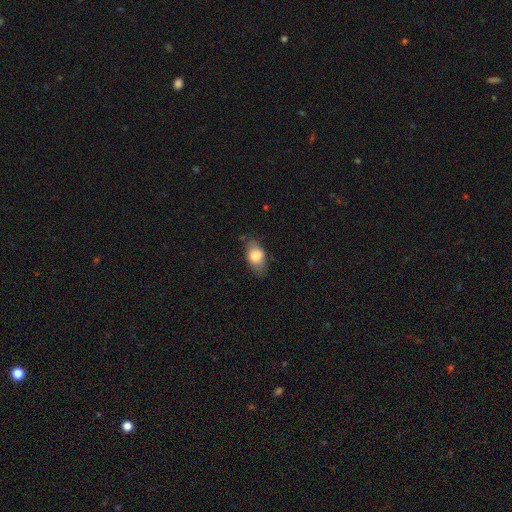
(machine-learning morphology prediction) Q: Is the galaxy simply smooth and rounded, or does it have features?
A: smooth — 79%.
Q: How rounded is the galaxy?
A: in between — 89%.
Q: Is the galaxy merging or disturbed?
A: none — 70%.